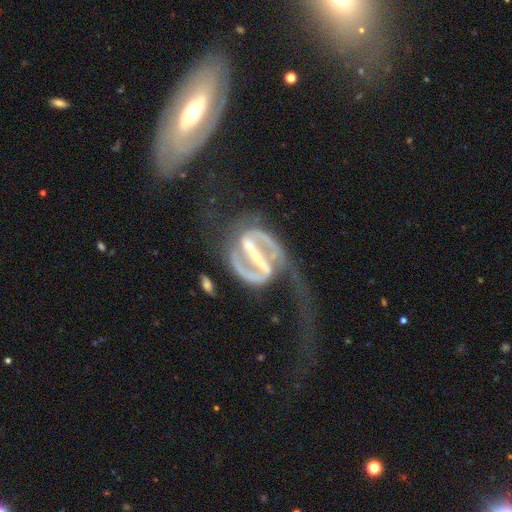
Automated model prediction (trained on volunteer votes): The model was most divided on "spiral winding": medium: 44%, loose: 30%, tight: 27%. Remaining: edge-on disk — no (95%); spiral arms — yes (93%); smooth or featured — featured or disk (92%); spiral arm count — 2 (90%); bar — strong (89%); bulge size — small (68%); merging — major disturbance (46%).